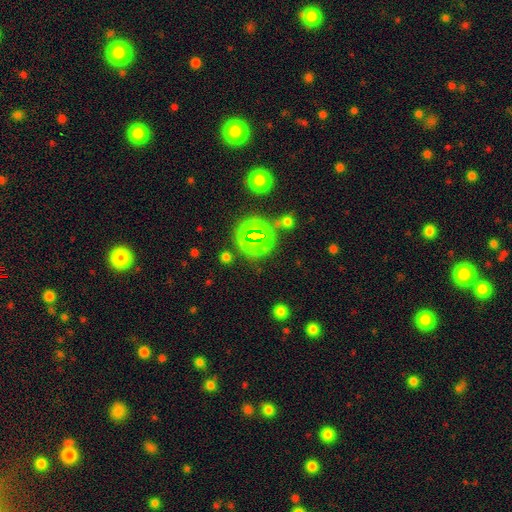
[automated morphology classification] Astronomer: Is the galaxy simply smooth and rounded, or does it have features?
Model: star or artifact — 53% (runner-up: smooth, 30%).